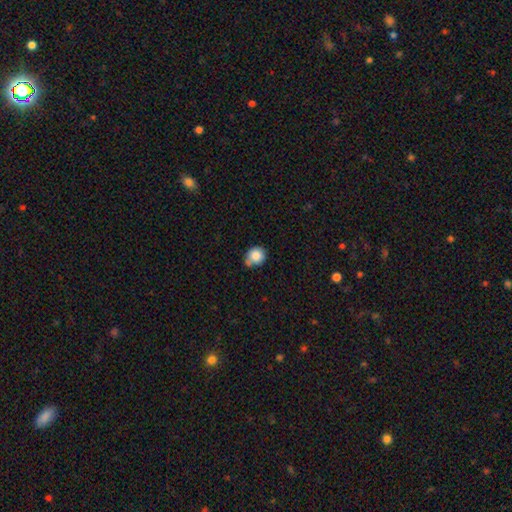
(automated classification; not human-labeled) Morphology: type=smooth (84%); roundness=round (81%); merging=none (50%).